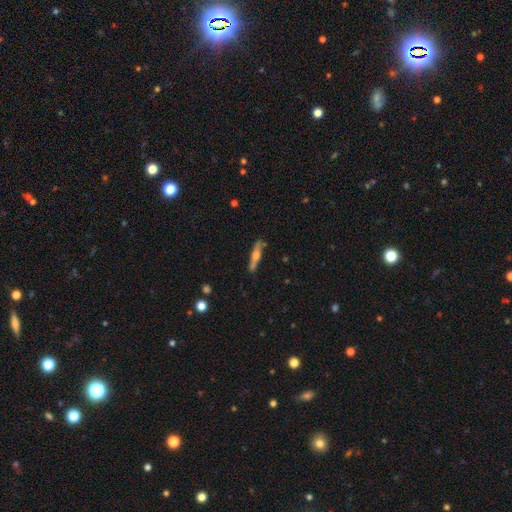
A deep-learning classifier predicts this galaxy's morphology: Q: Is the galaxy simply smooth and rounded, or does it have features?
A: featured or disk — 60%.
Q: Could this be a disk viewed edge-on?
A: yes — 92%.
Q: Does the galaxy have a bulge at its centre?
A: rounded — 86%.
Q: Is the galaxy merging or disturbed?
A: none — 80%.